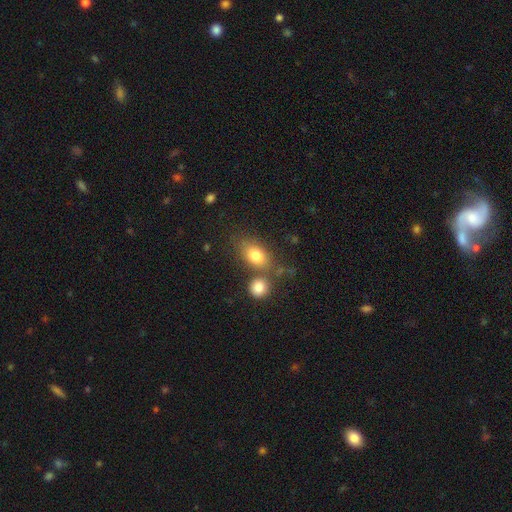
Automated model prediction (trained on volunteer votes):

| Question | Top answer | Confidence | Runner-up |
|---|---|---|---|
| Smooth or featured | smooth | 79% | featured or disk (12%) |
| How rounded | in between | 78% | round (19%) |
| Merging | none | 56% | merger (24%) |